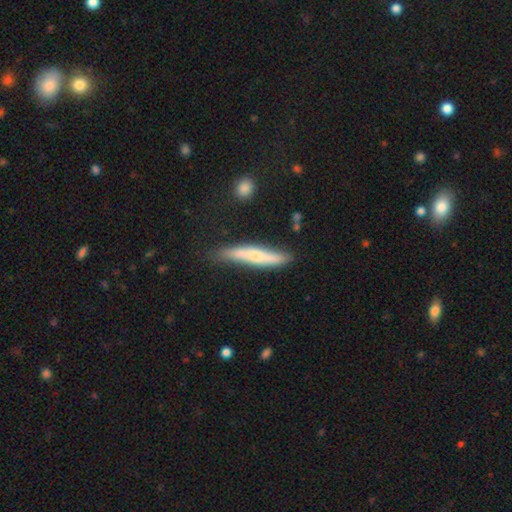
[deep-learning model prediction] This is possibly a smooth galaxy (56%). How rounded: clearly cigar-shaped (89%). Merging: likely none (73%).